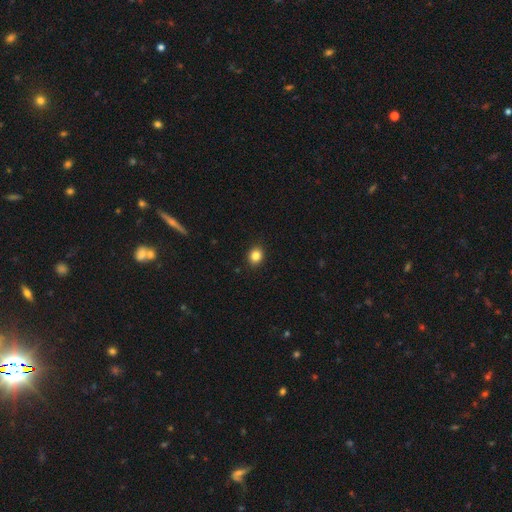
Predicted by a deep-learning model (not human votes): A smooth galaxy with no disk features (85%) that is round (71%). Merging: none (91%).